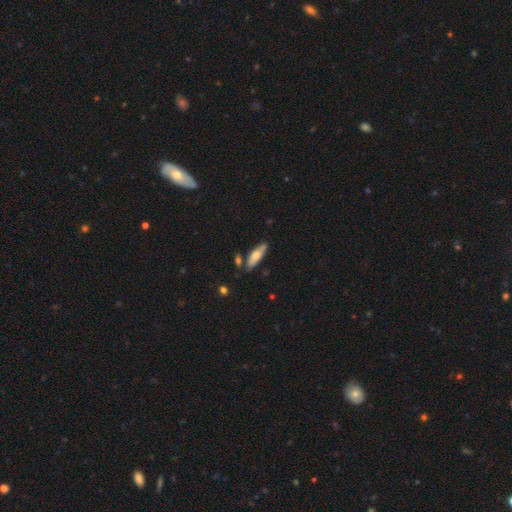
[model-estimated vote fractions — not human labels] This appears to be a smooth galaxy with no disk features (67%) that is in between round and cigar-shaped (53%). Merging: none (74%).